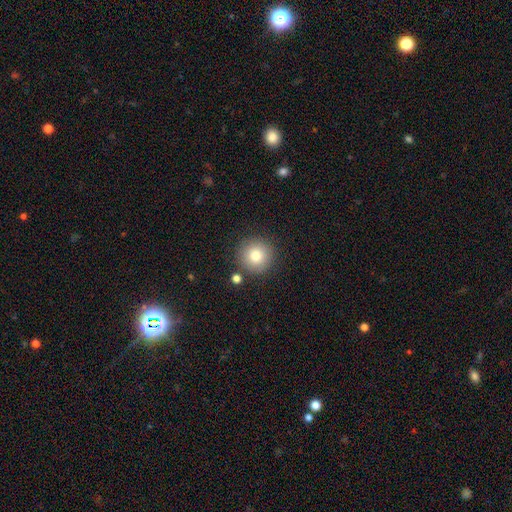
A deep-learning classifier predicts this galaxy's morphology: type=smooth (79%); roundness=round (95%); merging=none (85%).